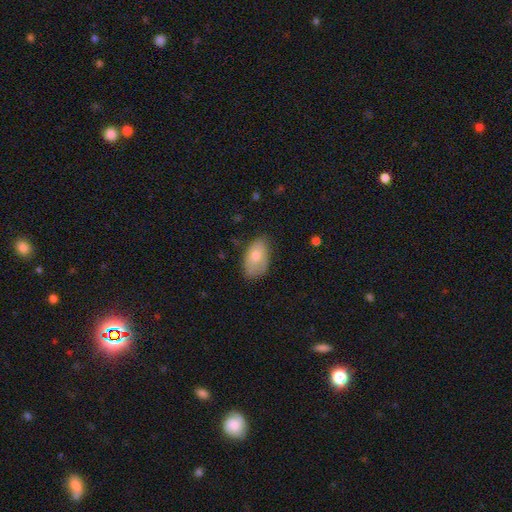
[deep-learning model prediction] A smooth galaxy with no disk features (69%) that is in between round and cigar-shaped (91%).

Vote fractions:
- Smooth or featured? smooth: 69% / featured or disk: 24% / star or artifact: 7%
- How rounded? in between: 91% / round: 7% / cigar-shaped: 2%
- Merging? none: 68% / minor disturbance: 25% / major disturbance: 5% / merger: 1%